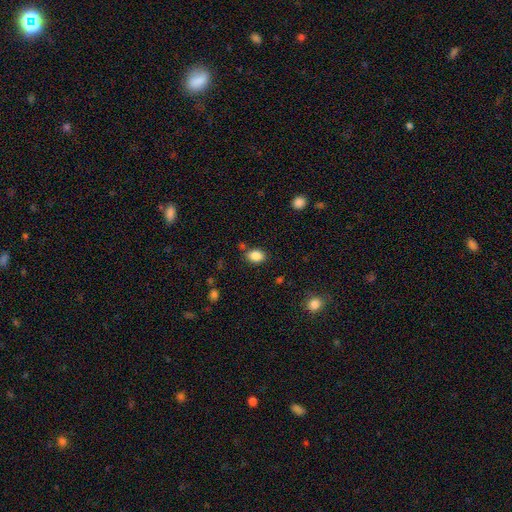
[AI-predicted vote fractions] Q: Smooth or featured?
A: smooth (86%); runner-up: star or artifact (9%)
Q: How rounded?
A: in between (70%); runner-up: round (29%)
Q: Merging?
A: none (78%); runner-up: minor disturbance (13%)